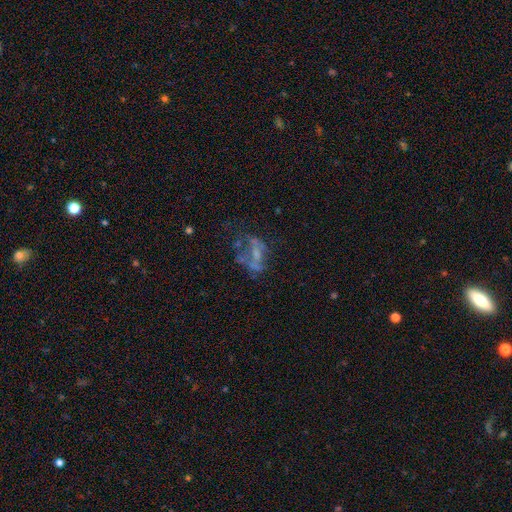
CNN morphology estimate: A featured or disk galaxy (61%) with no bar (73%), no spiral arms (78%) and no central bulge (46%).

Vote fractions:
- Smooth or featured? featured or disk: 61% / smooth: 21% / star or artifact: 17%
- Edge-on disk? no: 96% / yes: 4%
- Bar? no: 73% / weak: 21% / strong: 7%
- Spiral arms? no: 78% / yes: 22%
- Bulge size? none: 46% / small: 29% / moderate: 21% / large: 3% / dominant: 1%
- Merging? major disturbance: 36% (tied) / none: 36% (tied) / minor disturbance: 16% / merger: 12%